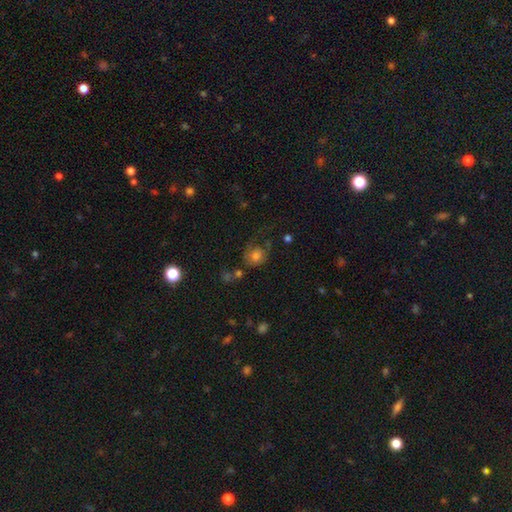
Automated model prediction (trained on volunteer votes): Smooth or featured: smooth — 59% (featured or disk — 29%)
How rounded: round — 67% (in between — 32%)
Merging: none — 35% (tied with major disturbance — 35%)